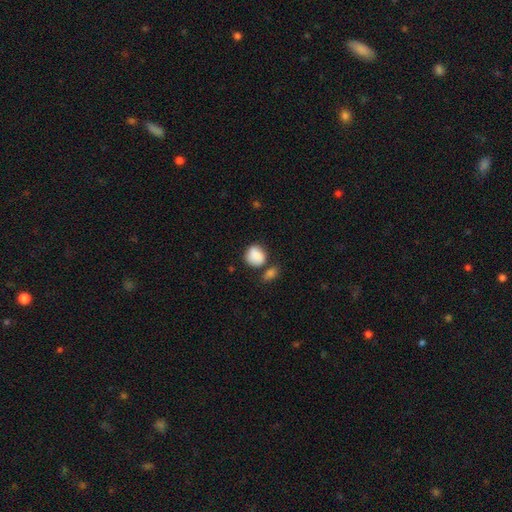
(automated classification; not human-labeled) Smooth or featured?
  - smooth: 86% *
  - star or artifact: 7%
  - featured or disk: 7%
How rounded?
  - round: 70% *
  - in between: 29%
  - cigar-shaped: 1%
Merging?
  - none: 53% *
  - merger: 20%
  - minor disturbance: 20%
  - major disturbance: 7%